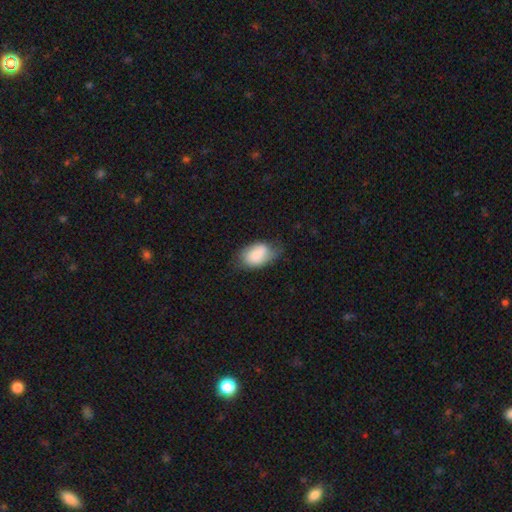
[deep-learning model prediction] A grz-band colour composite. It shows a smooth galaxy with no disk features (77%) that is in between round and cigar-shaped (90%). Merging: none (47%).